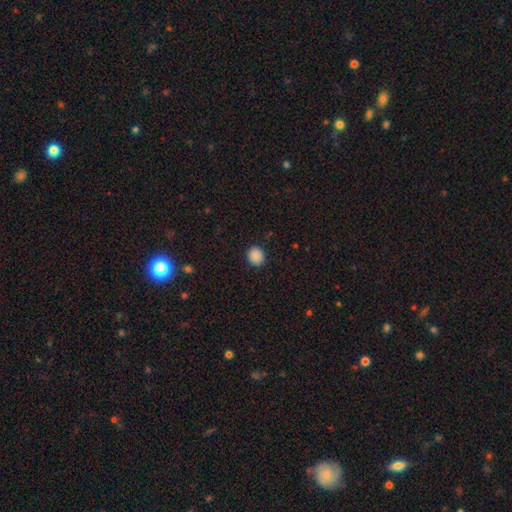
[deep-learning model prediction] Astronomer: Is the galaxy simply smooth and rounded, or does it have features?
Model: smooth — 88%.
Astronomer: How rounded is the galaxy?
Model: round — 77%.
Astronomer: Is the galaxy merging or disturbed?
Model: none — 90%.